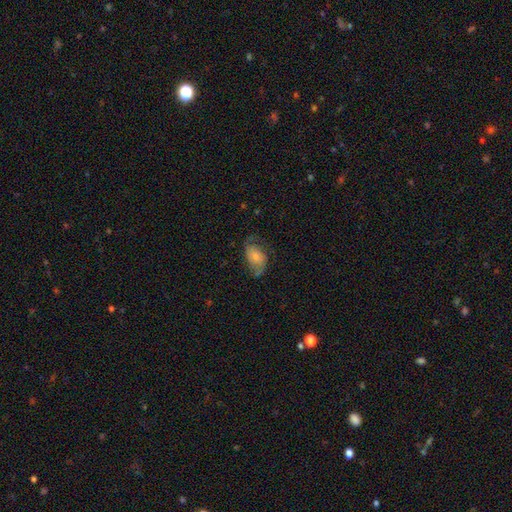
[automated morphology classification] type=featured or disk (48%); merging=none (57%).